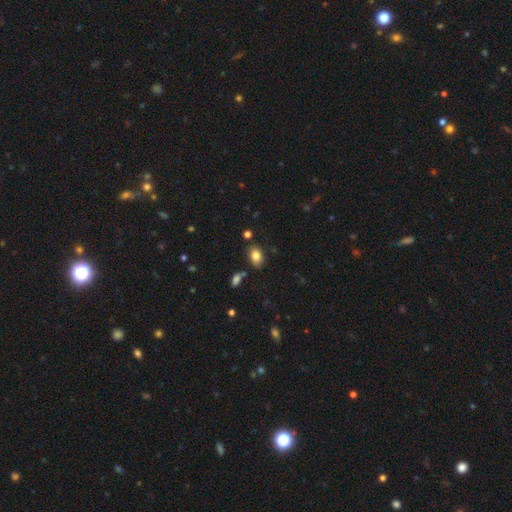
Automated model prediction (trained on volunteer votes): smooth-or-featured: smooth: 82% | star or artifact: 10% | featured or disk: 8%
  how-rounded: in between: 80% | round: 19% | cigar-shaped: 1%
  merging: none: 81% | minor disturbance: 12% | merger: 5% | major disturbance: 3%